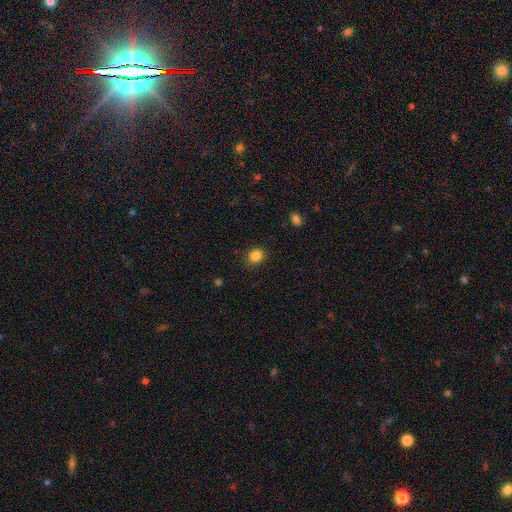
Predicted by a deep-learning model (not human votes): Smooth or featured? Predicted: smooth (p=0.85). How rounded? Predicted: round (p=0.67). Merging? Predicted: none (p=0.86).